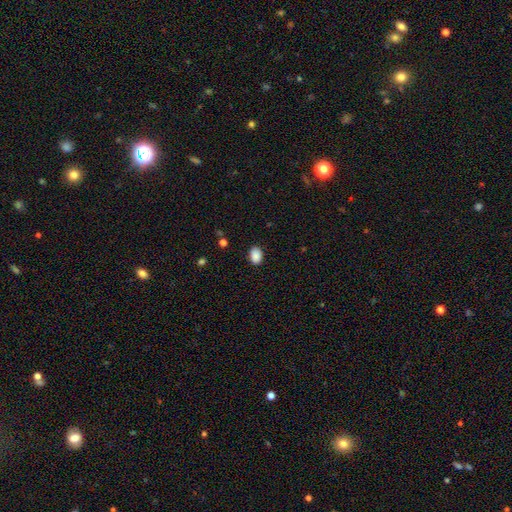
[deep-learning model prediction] The model was most divided on "how rounded": in between: 81%, round: 18%, cigar-shaped: 1%. More confident: smooth or featured — smooth (89%); merging — none (87%).